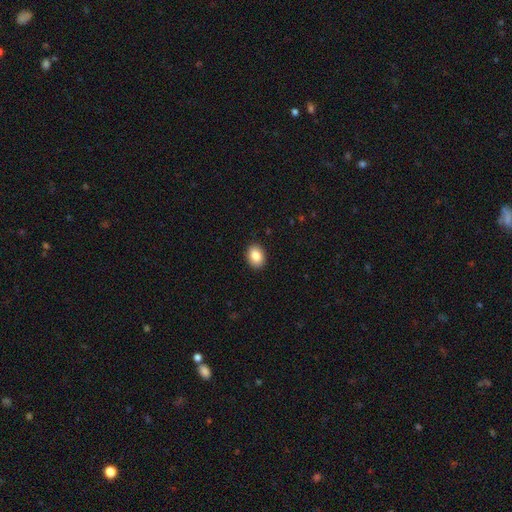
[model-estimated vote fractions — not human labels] A smooth galaxy with no disk features (85%) that is in between round and cigar-shaped (72%).

Vote fractions:
- Smooth or featured? smooth: 85% / star or artifact: 8% / featured or disk: 7%
- How rounded? in between: 72% / round: 27% / cigar-shaped: 1%
- Merging? none: 90% / minor disturbance: 7% / major disturbance: 2% / merger: 1%